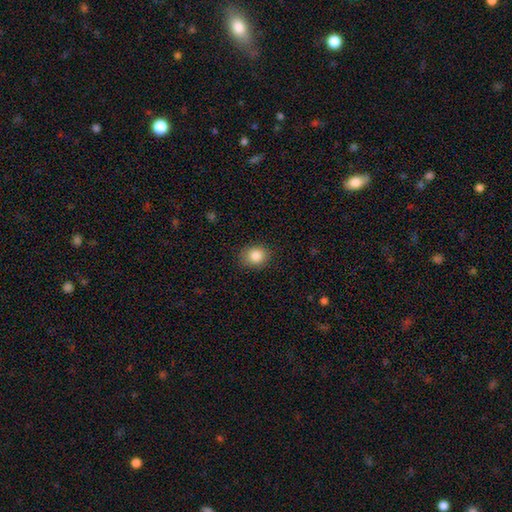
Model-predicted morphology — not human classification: smooth 86%, star or artifact 9%, featured or disk 5%. Down the decision tree: how rounded — round (65%); merging — none (85%).